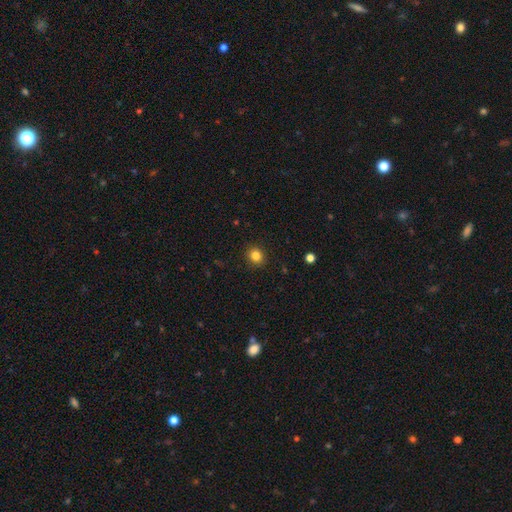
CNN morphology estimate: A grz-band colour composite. It shows a smooth galaxy with no disk features (83%) that is round (80%). Merging: none (91%).